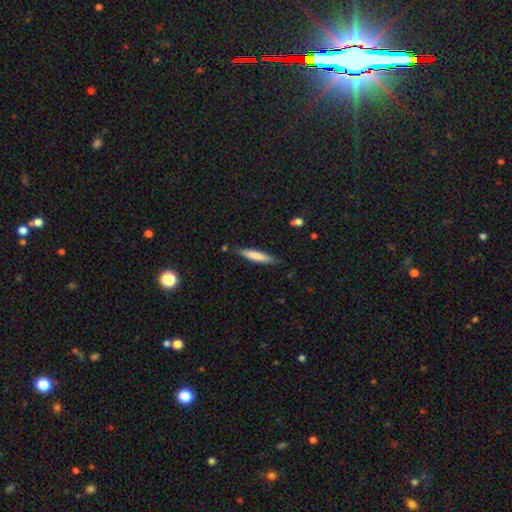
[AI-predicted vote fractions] This appears to be a smooth galaxy with no disk features (72%) that is cigar-shaped (90%). Merging: none (83%).